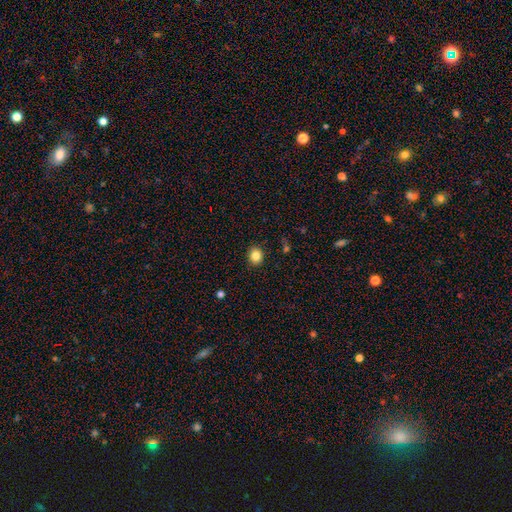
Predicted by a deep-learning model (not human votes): A smooth galaxy with no disk features (84%) that is round (71%). Merging: none (89%).